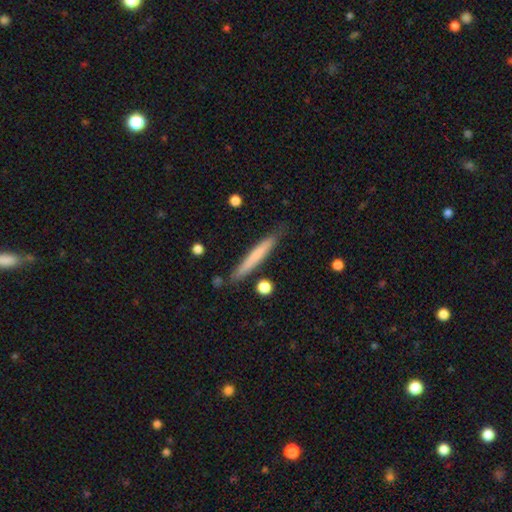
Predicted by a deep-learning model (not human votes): A smooth galaxy with no disk features (67%) that is cigar-shaped (96%).

Vote fractions:
- Smooth or featured? smooth: 67% / featured or disk: 27% / star or artifact: 6%
- How rounded? cigar-shaped: 96% / in between: 3% / round: 1%
- Merging? none: 82% / minor disturbance: 13% / merger: 3% / major disturbance: 2%